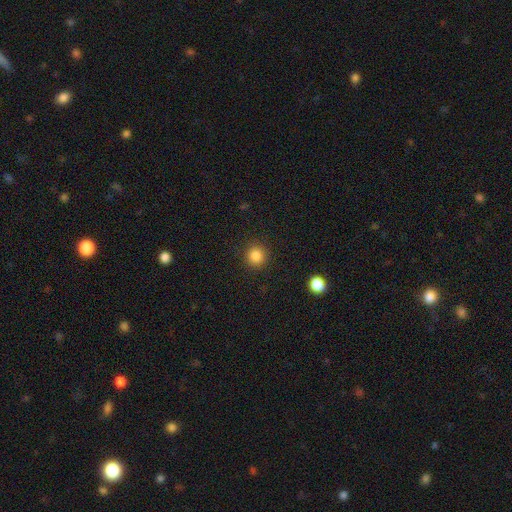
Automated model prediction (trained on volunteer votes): Smooth or featured: smooth — 85% (star or artifact — 12%)
How rounded: round — 93% (in between — 6%)
Merging: none — 90% (minor disturbance — 6%)